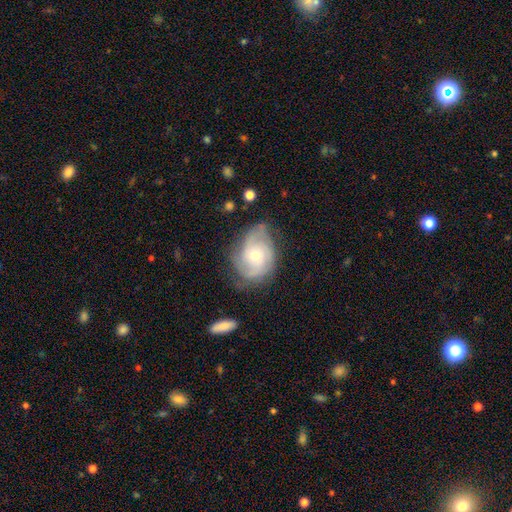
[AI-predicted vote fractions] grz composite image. It shows a featured or disk galaxy (76%) with no bar (71%), 2 (35%) tight (45%) spiral arms (92%) and a small central bulge (49%). Merging: none (60%).